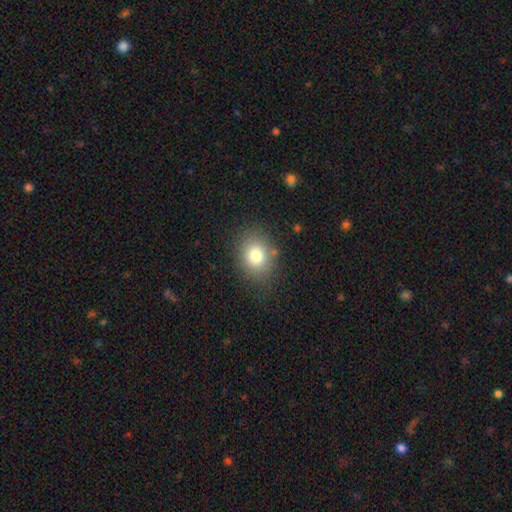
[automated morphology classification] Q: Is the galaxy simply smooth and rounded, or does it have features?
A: smooth — 79%.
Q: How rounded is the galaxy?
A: round — 59%.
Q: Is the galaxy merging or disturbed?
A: none — 82%.